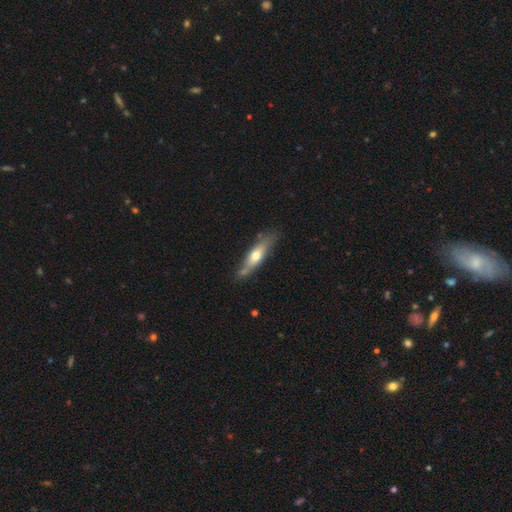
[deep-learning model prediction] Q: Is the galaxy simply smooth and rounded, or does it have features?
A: smooth — 50%.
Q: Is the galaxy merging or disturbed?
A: none — 73%.